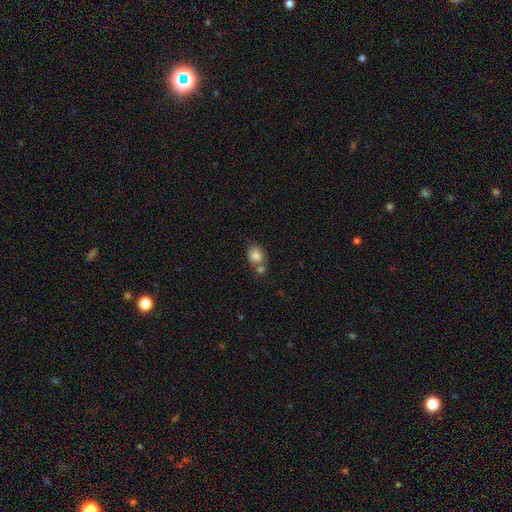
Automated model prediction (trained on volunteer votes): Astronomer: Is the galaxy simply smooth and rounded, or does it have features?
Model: smooth — 81%.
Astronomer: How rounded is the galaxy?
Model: round — 71%.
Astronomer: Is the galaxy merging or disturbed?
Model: none — 51% (runner-up: merger, 34%).